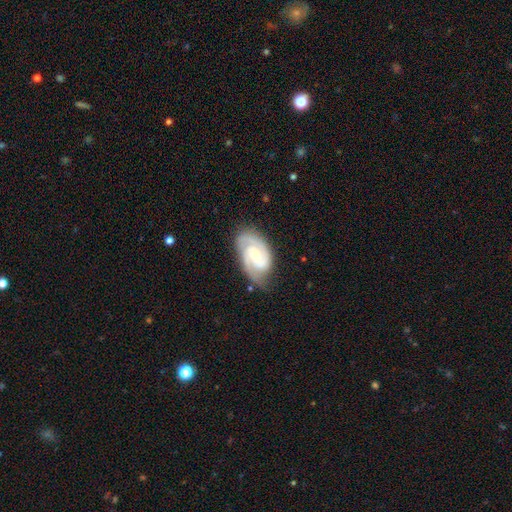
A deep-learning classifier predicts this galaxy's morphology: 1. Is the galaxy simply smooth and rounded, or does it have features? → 88% featured or disk, 8% smooth, 4% star or artifact.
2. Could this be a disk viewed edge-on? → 97% no, 3% yes.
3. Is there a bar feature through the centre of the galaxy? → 51% no, 41% weak, 8% strong.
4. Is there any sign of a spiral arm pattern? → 98% yes, 2% no.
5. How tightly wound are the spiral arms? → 54% tight, 40% medium, 6% loose.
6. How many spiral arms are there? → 72% 2, 17% 3, 6% can't tell, 2% 1, 2% 4, 2% more than 4.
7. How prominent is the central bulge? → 57% small, 38% moderate, 3% none, 2% large, 1% dominant.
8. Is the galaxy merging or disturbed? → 74% none, 20% minor disturbance, 5% major disturbance, 1% merger.